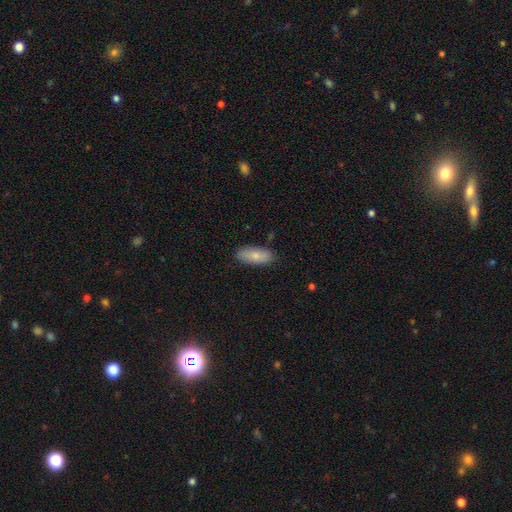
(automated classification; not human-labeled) The model was most divided on "how rounded": in between: 75%, cigar-shaped: 23%, round: 2%. More confident: merging — none (85%); smooth or featured — smooth (78%).